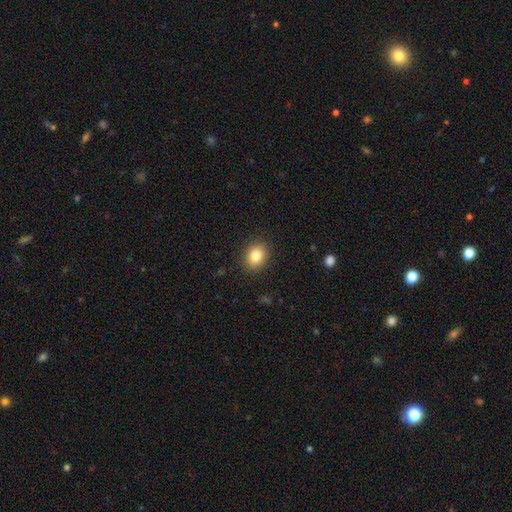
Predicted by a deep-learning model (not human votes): Smooth or featured: smooth — 83% (star or artifact — 10%)
How rounded: round — 58% (in between — 41%)
Merging: none — 89% (minor disturbance — 7%)